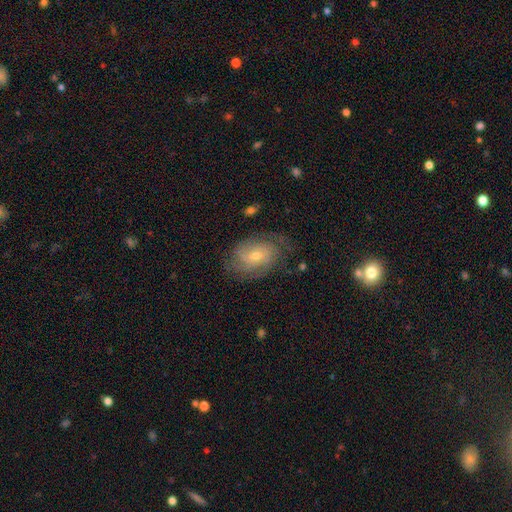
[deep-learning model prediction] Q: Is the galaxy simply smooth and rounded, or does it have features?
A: featured or disk — 72%.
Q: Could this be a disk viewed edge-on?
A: no — 96%.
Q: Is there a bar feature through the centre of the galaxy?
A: no — 60%.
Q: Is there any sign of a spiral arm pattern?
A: yes — 90%.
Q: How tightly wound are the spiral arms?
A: tight — 53%.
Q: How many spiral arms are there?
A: can't tell — 40%.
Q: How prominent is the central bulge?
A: small — 57%.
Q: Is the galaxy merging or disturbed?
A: none — 68%.